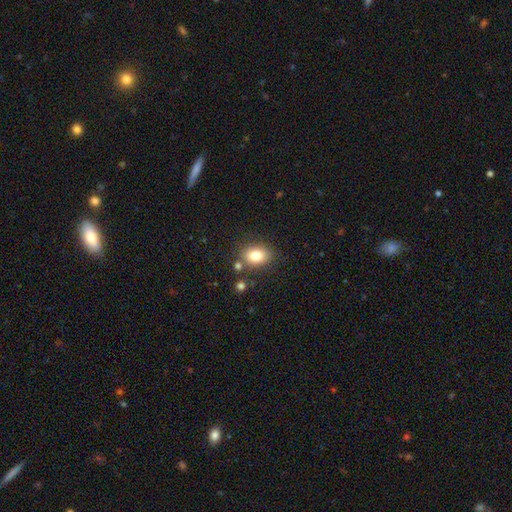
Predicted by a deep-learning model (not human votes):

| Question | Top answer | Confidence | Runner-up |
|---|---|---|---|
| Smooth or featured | smooth | 80% | star or artifact (10%) |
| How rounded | in between | 60% | round (39%) |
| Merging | none | 77% | minor disturbance (12%) |